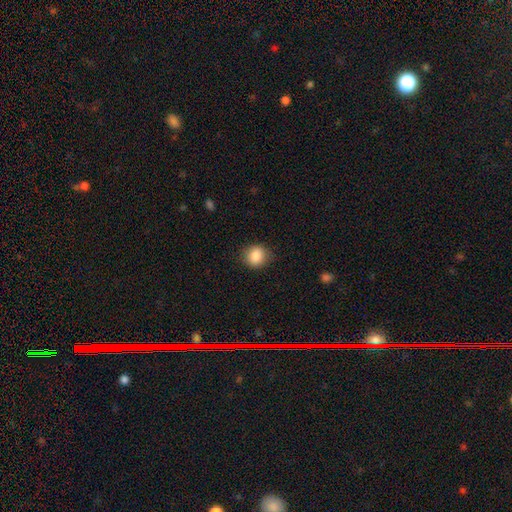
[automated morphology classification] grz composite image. It shows a smooth galaxy with no disk features (86%) that is round (77%). Merging: none (82%).